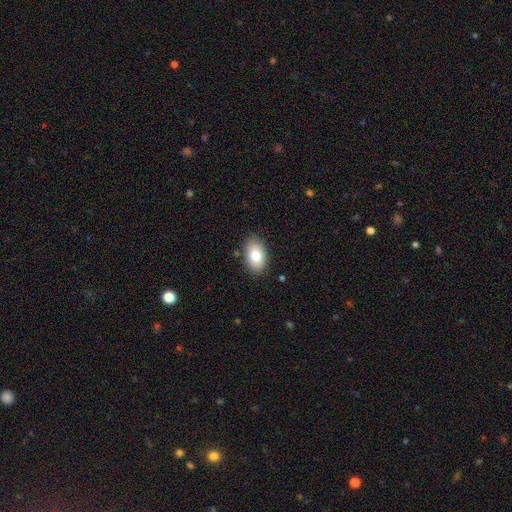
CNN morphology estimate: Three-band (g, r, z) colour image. It shows a smooth galaxy with no disk features (79%) that is in between round and cigar-shaped (90%). Merging: none (85%).